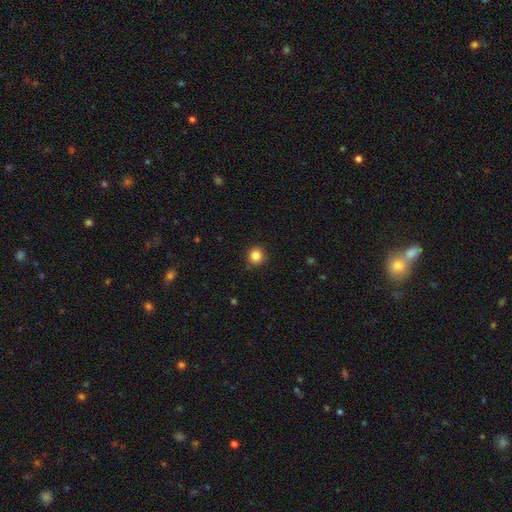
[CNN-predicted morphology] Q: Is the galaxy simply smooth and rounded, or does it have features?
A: smooth — 84%.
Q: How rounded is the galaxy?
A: round — 95%.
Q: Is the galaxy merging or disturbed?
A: none — 91%.